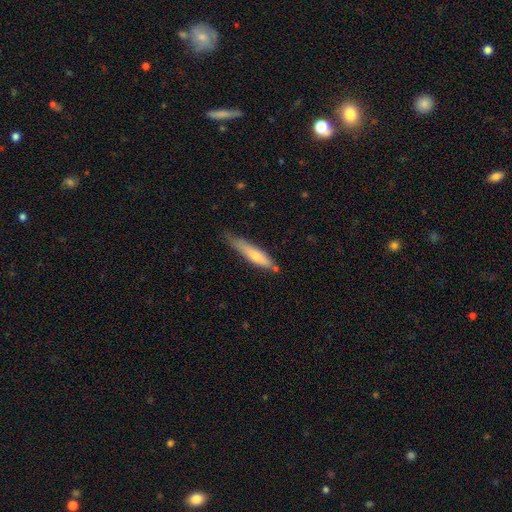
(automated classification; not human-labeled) Overall: smooth (66%; featured or disk 29%). How rounded: cigar-shaped (83%). Merging: none (57%; minor disturbance 31%).